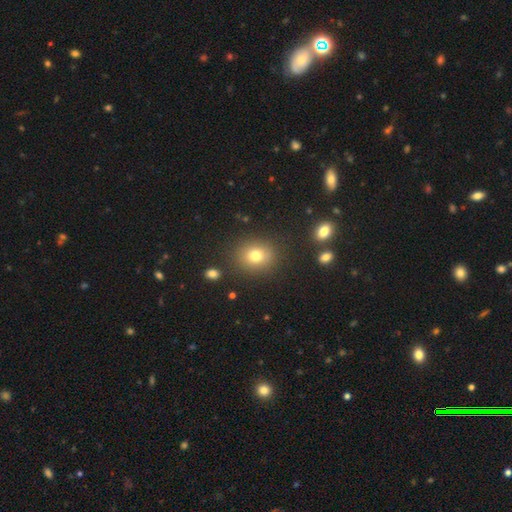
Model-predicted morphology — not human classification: type=smooth (77%); roundness=round (67%); merging=none (85%).